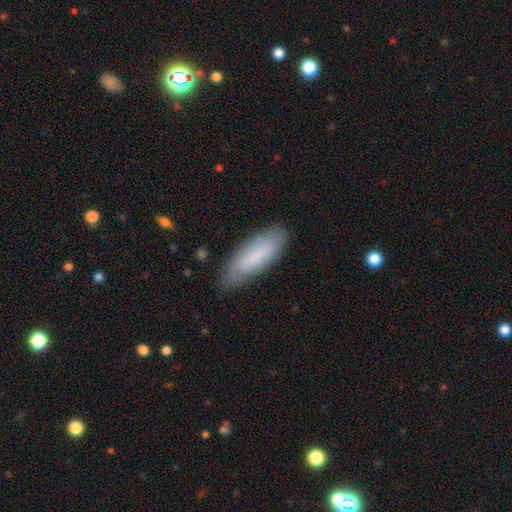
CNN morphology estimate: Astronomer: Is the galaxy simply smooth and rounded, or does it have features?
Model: smooth — 75%.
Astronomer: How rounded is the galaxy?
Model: in between — 57% (runner-up: cigar-shaped, 42%).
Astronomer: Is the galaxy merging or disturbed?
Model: none — 75%.